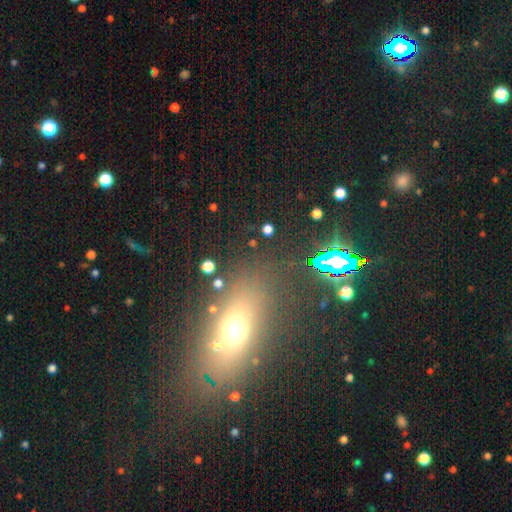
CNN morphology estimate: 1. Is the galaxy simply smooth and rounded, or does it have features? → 42% smooth, 37% star or artifact, 21% featured or disk.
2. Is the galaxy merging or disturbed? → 76% none, 12% minor disturbance, 7% major disturbance, 5% merger.